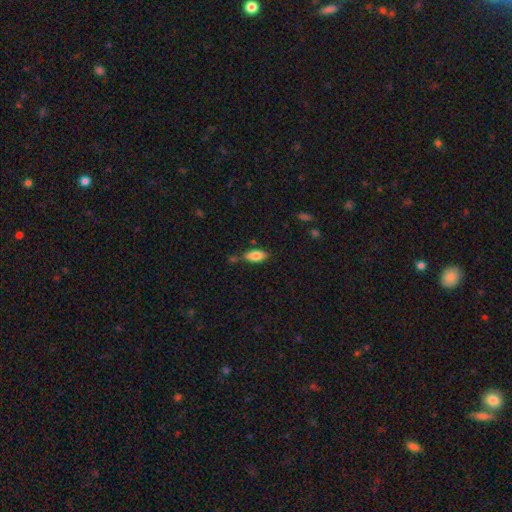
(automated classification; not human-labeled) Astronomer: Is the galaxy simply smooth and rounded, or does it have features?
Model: smooth — 82%.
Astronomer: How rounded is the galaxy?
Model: in between — 87%.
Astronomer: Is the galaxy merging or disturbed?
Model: none — 68%.